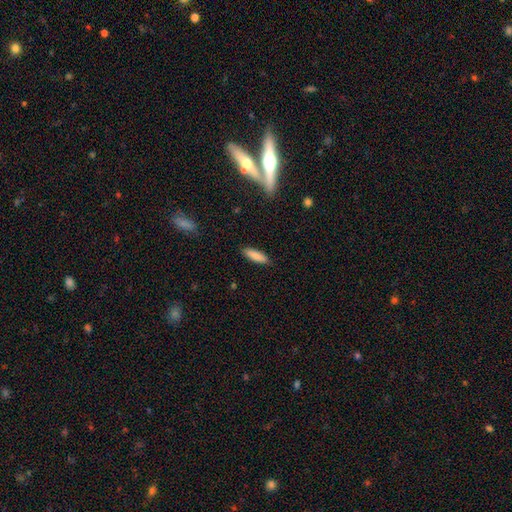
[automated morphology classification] A smooth galaxy with no disk features (85%) that is cigar-shaped (52%).

Vote fractions:
- Smooth or featured? smooth: 85% / featured or disk: 9% / star or artifact: 7%
- How rounded? cigar-shaped: 52% / in between: 46% / round: 2%
- Merging? none: 87% / minor disturbance: 10% / major disturbance: 2% / merger: 1%